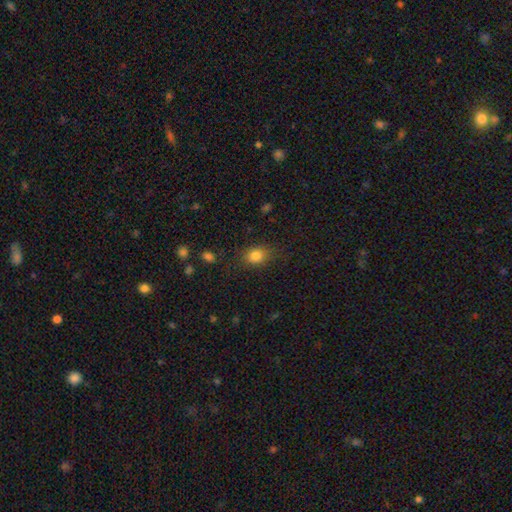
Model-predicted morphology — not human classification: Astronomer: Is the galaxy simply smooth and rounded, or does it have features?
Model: smooth — 82%.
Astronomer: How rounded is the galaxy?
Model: in between — 54% (runner-up: round, 44%).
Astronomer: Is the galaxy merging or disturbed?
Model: none — 78%.